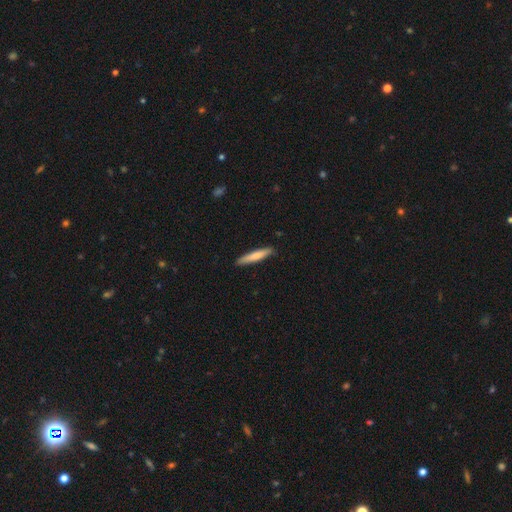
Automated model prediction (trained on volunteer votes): This is likely a smooth galaxy (74%). How rounded: clearly cigar-shaped (93%). Merging: clearly none (89%).